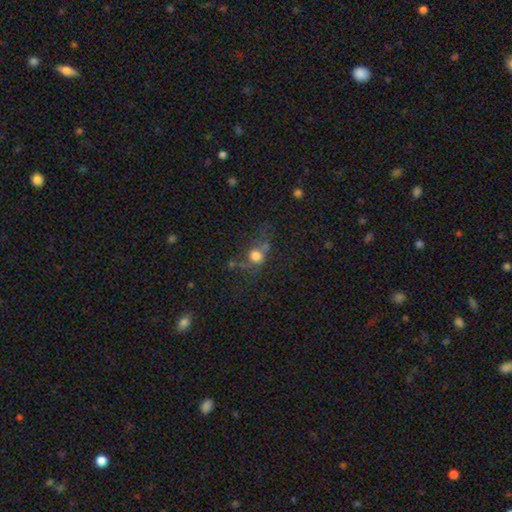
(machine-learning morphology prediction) Smooth or featured?
  - smooth: 67% *
  - star or artifact: 17%
  - featured or disk: 16%
How rounded?
  - round: 78% *
  - in between: 20%
  - cigar-shaped: 2%
Merging?
  - none: 43% *
  - major disturbance: 19%
  - merger: 19%
  - minor disturbance: 19%